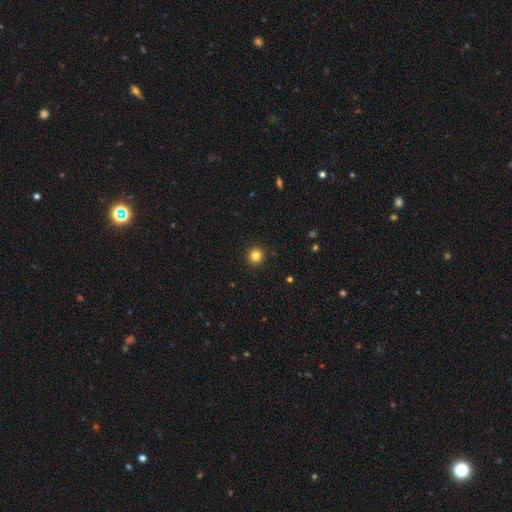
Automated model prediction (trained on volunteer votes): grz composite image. It shows a smooth galaxy with no disk features (83%) that is round (93%). Merging: none (93%).